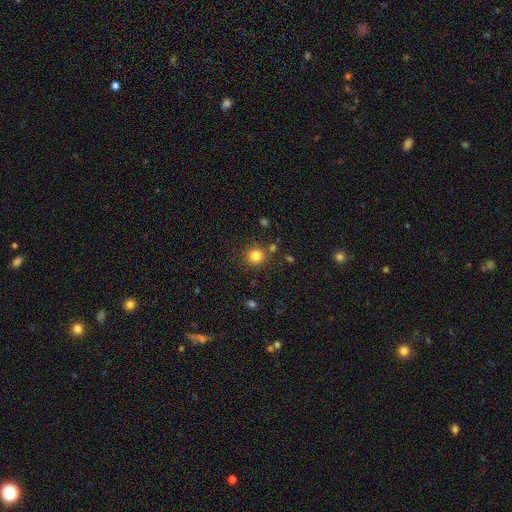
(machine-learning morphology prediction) Smooth or featured?
  - smooth: 82% *
  - star or artifact: 13%
  - featured or disk: 5%
How rounded?
  - round: 91% *
  - in between: 8%
  - cigar-shaped: 1%
Merging?
  - none: 82% *
  - minor disturbance: 9%
  - merger: 6%
  - major disturbance: 3%